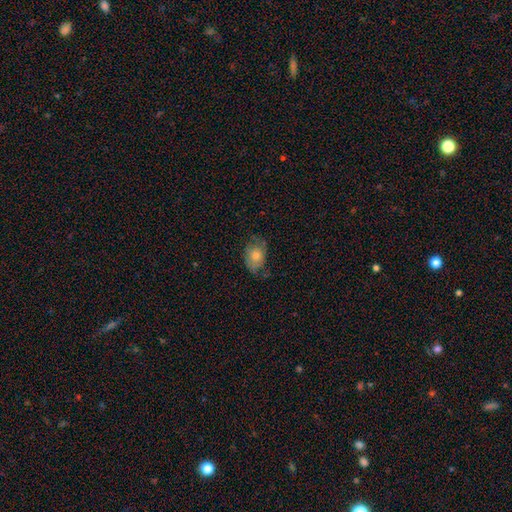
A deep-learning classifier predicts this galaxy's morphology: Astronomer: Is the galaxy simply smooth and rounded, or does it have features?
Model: smooth — 62%.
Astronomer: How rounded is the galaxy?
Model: in between — 74%.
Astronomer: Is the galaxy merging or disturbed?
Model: none — 63%.